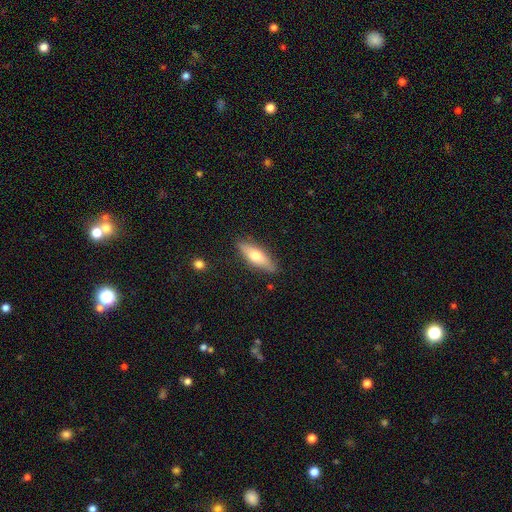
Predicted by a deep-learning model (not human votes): A smooth galaxy with no disk features (59%) that is in between round and cigar-shaped (49%). Merging: none (86%).